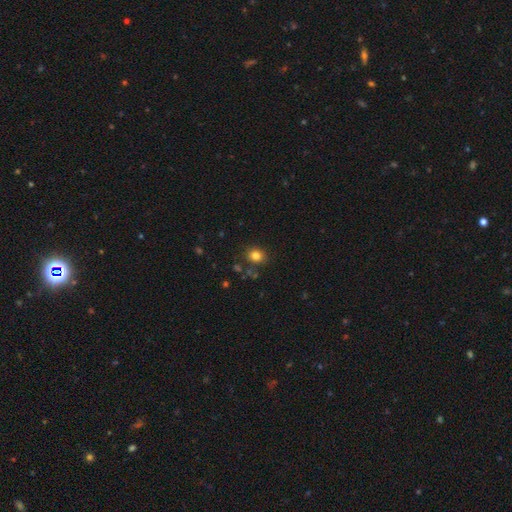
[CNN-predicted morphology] Smooth or featured: smooth — 81% (star or artifact — 13%)
How rounded: round — 72% (in between — 27%)
Merging: none — 83% (minor disturbance — 10%)